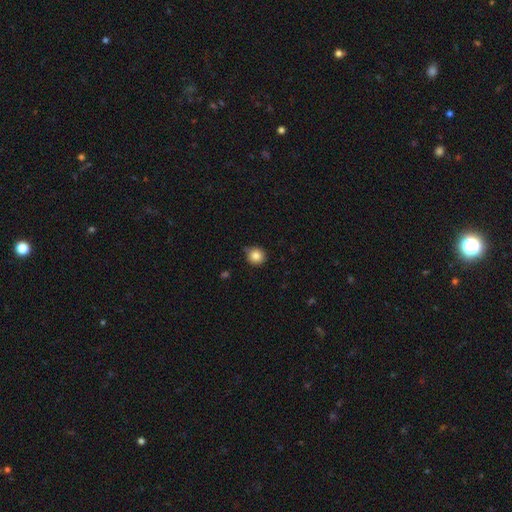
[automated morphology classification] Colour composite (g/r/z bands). It shows a smooth galaxy with no disk features (84%) that is round (94%). Merging: none (81%).